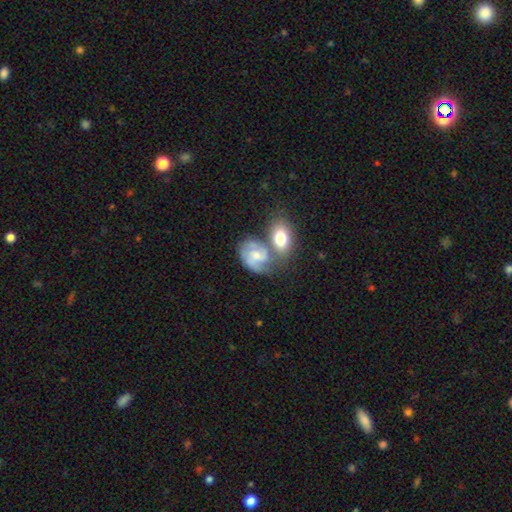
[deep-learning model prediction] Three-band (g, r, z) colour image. It shows a featured or disk galaxy (67%) with no bar (55%), 2 (62%) medium (49%) spiral arms (90%) and a moderate central bulge (45%). Merging: none (39%).